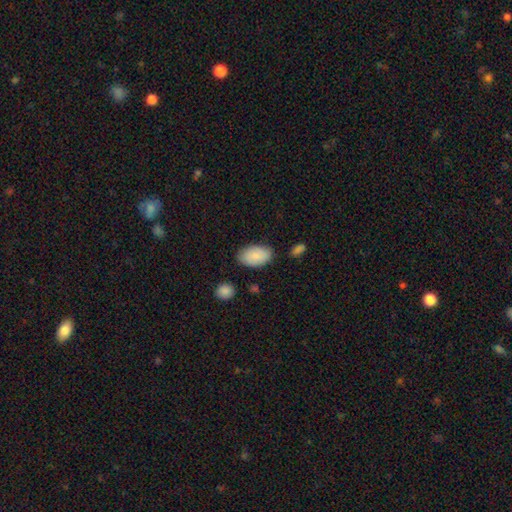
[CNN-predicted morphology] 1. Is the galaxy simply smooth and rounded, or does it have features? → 86% smooth, 8% featured or disk, 6% star or artifact.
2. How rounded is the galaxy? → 94% in between, 4% round, 1% cigar-shaped.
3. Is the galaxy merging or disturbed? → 79% none, 15% minor disturbance, 3% major disturbance, 3% merger.